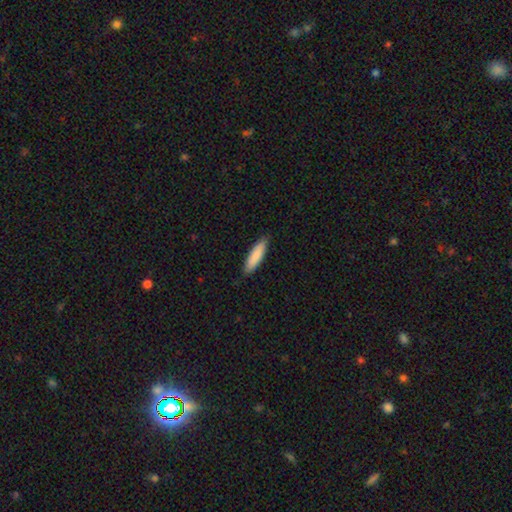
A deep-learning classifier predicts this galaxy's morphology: Smooth or featured? Predicted: smooth (p=0.86). How rounded? Predicted: cigar-shaped (p=0.73). Merging? Predicted: none (p=0.87).